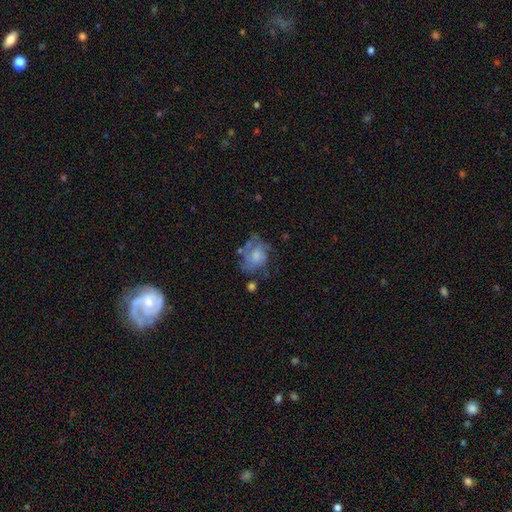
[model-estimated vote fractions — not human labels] Q: Smooth or featured?
A: featured or disk (55%); runner-up: smooth (36%)
Q: Edge-on disk?
A: no (97%); runner-up: yes (3%)
Q: Bar?
A: no (76%); runner-up: weak (20%)
Q: Spiral arms?
A: yes (60%); runner-up: no (40%)
Q: Bulge size?
A: moderate (36%); runner-up: none (24%)
Q: Merging?
A: none (42%); runner-up: major disturbance (27%)